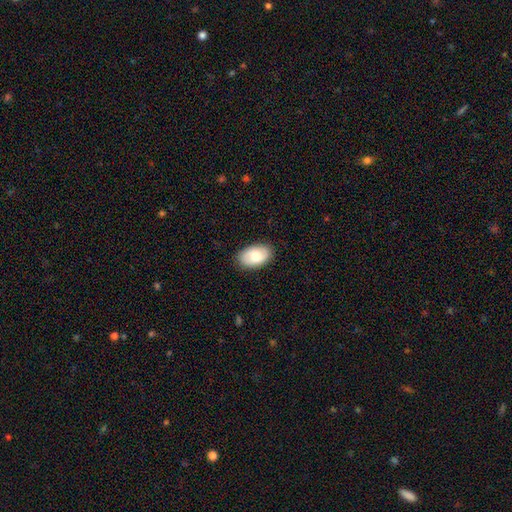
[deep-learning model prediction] Smooth or featured: smooth — 72% (featured or disk — 21%)
How rounded: in between — 93% (round — 6%)
Merging: none — 87% (minor disturbance — 10%)